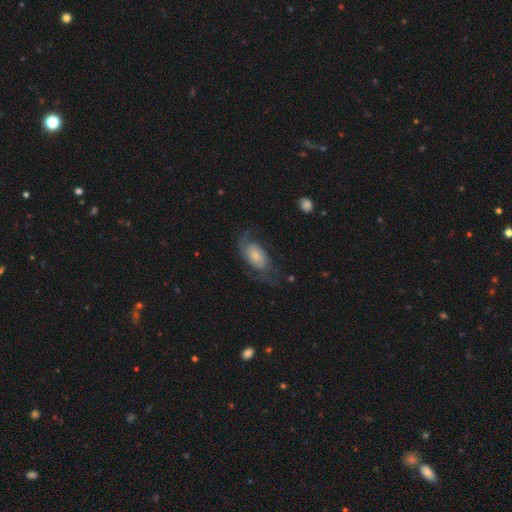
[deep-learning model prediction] A featured or disk galaxy (68%) with no bar (70%), 2 (74%) medium (44%) spiral arms (90%) and a small central bulge (53%).

Vote fractions:
- Smooth or featured? featured or disk: 68% / smooth: 25% / star or artifact: 7%
- Edge-on disk? no: 96% / yes: 4%
- Bar? no: 70% / weak: 25% / strong: 5%
- Spiral arms? yes: 90% / no: 10%
- Spiral winding? medium: 44% / loose: 29% / tight: 27%
- Spiral arm count? 2: 74% / can't tell: 13% / 3: 5% / 1: 4% / 4: 2% / more than 4: 2%
- Bulge size? small: 53% / moderate: 28% / large: 9% / none: 7% / dominant: 3%
- Merging? none: 58% / minor disturbance: 21% / major disturbance: 20% / merger: 2%